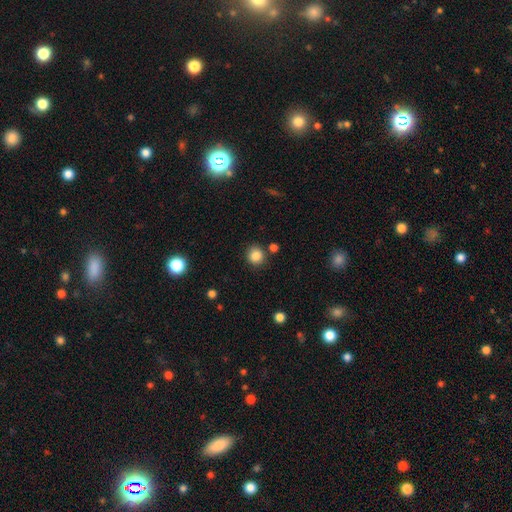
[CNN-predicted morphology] This appears to be a smooth galaxy with no disk features (84%) that is round (88%). Merging: none (82%).